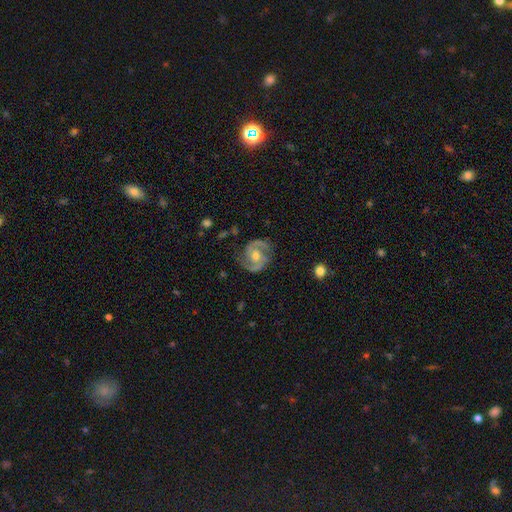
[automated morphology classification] Smooth or featured? Predicted: featured or disk (p=0.88). Edge-on disk? Predicted: no (p=0.98). Bar? Predicted: no (p=0.60). Spiral arms? Predicted: yes (p=0.97). Spiral winding? Predicted: medium (p=0.51). Spiral arm count? Predicted: 2 (p=0.92). Bulge size? Predicted: moderate (p=0.71). Merging? Predicted: none (p=0.81).